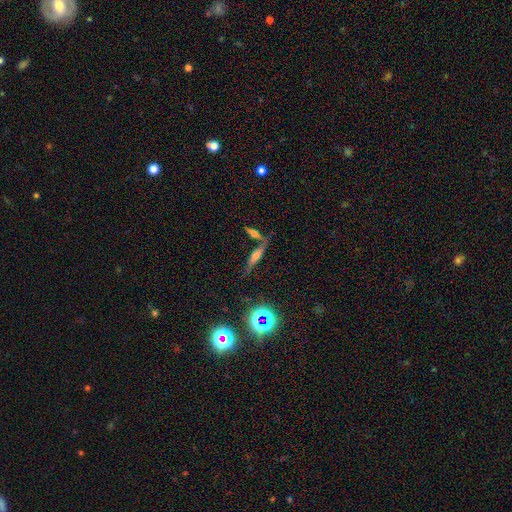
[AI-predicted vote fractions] A smooth galaxy with no disk features (41%).

Vote fractions:
- Smooth or featured? smooth: 41% / featured or disk: 39% / star or artifact: 19%
- Merging? none: 59% / merger: 24% / minor disturbance: 12% / major disturbance: 5%